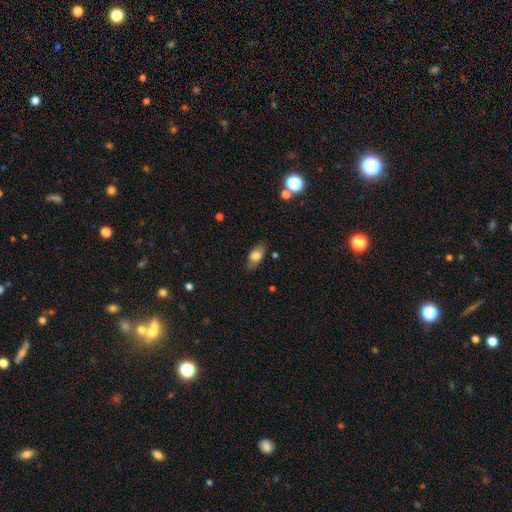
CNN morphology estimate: A smooth galaxy with no disk features (74%) that is in between round and cigar-shaped (85%).

Vote fractions:
- Smooth or featured? smooth: 74% / featured or disk: 18% / star or artifact: 8%
- How rounded? in between: 85% / cigar-shaped: 8% / round: 7%
- Merging? none: 81% / minor disturbance: 15% / major disturbance: 3% / merger: 1%